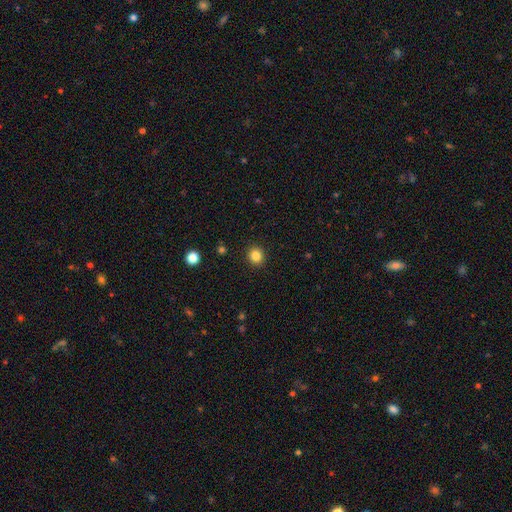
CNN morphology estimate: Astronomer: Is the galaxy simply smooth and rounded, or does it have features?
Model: smooth — 84%.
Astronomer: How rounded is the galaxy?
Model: round — 89%.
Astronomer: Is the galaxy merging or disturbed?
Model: none — 92%.